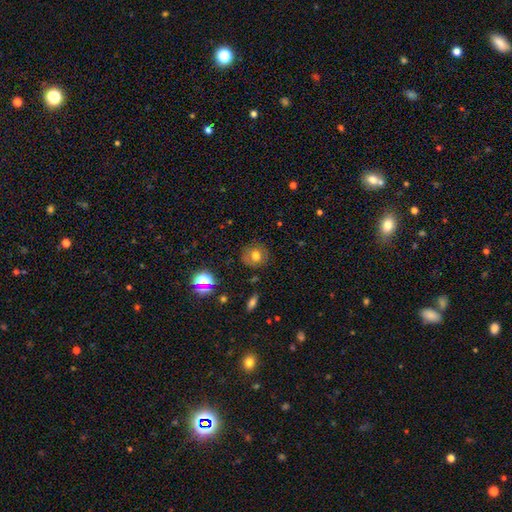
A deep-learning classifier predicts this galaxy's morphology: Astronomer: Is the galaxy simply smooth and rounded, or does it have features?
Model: smooth — 62%.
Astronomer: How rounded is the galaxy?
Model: round — 85%.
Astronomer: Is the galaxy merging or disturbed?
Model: none — 80%.